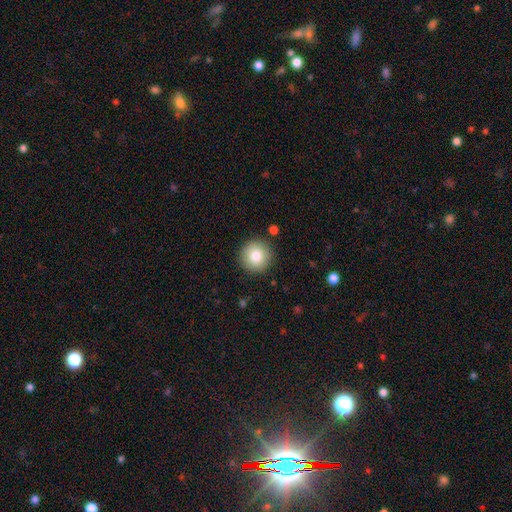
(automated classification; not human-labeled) Morphology: type=smooth (81%); roundness=round (95%); merging=none (90%).